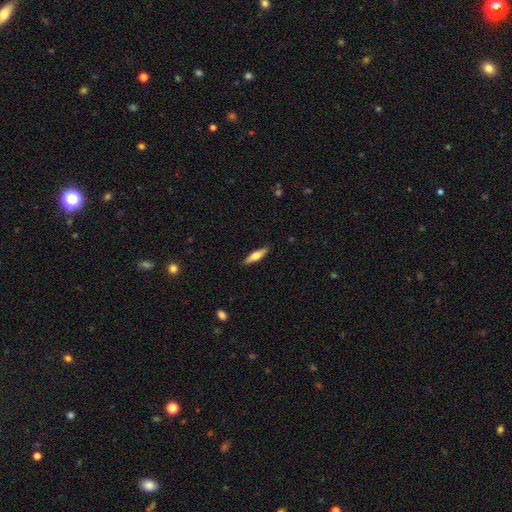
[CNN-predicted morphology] Smooth or featured?
  - smooth: 60% *
  - featured or disk: 34%
  - star or artifact: 6%
How rounded?
  - cigar-shaped: 68% *
  - in between: 30%
  - round: 2%
Merging?
  - none: 89% *
  - minor disturbance: 8%
  - major disturbance: 2%
  - merger: 1%